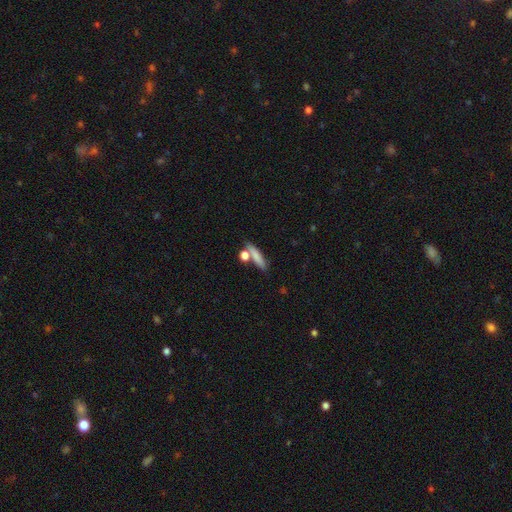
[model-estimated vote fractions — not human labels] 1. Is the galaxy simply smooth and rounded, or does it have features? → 75% smooth, 16% featured or disk, 9% star or artifact.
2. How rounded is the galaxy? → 63% cigar-shaped, 26% in between, 11% round.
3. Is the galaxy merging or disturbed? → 61% none, 21% merger, 13% minor disturbance, 5% major disturbance.